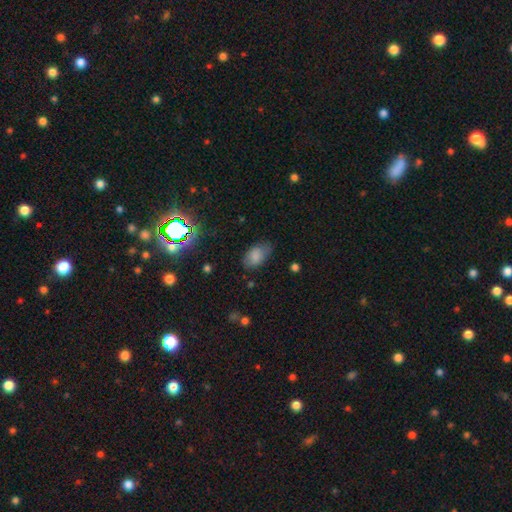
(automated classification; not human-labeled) smooth_or_featured: smooth (p=0.80) [alt: featured or disk p=0.10]
how_rounded: in between (p=0.92) [alt: round p=0.06]
merging: none (p=0.70) [alt: minor disturbance p=0.22]